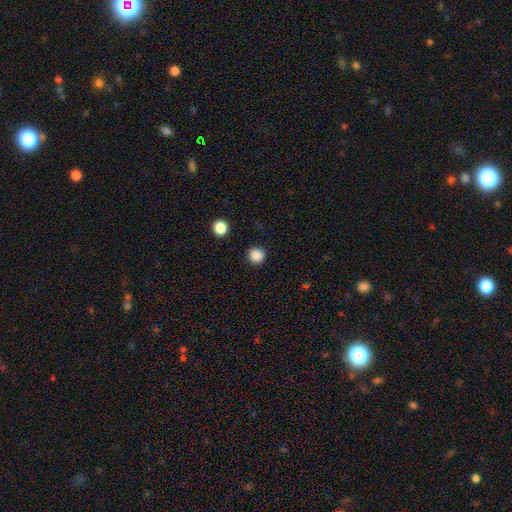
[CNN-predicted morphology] smooth_or_featured: smooth (p=0.86) [alt: star or artifact p=0.11]
how_rounded: round (p=0.94) [alt: in between p=0.05]
merging: none (p=0.91) [alt: minor disturbance p=0.05]